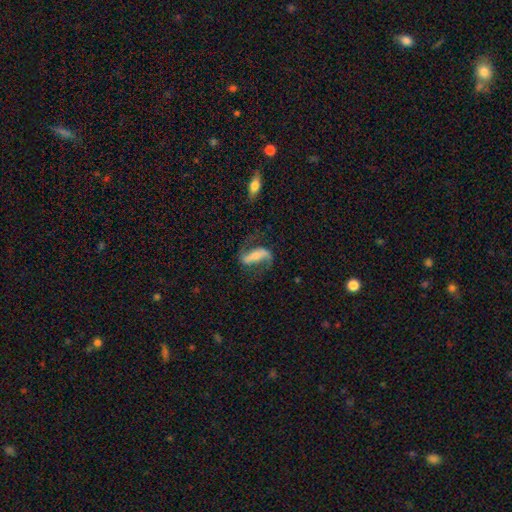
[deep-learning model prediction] smooth_or_featured: featured or disk (p=0.80) [alt: smooth p=0.14]
disk_edge_on: no (p=0.93) [alt: yes p=0.07]
bar: strong (p=0.59) [alt: weak p=0.24]
has_spiral_arms: yes (p=0.93) [alt: no p=0.07]
spiral_winding: loose (p=0.58) [alt: medium p=0.33]
spiral_arm_count: 2 (p=0.86) [alt: 1 p=0.08]
bulge_size: small (p=0.41) [alt: moderate p=0.28]
merging: none (p=0.65) [alt: major disturbance p=0.17]